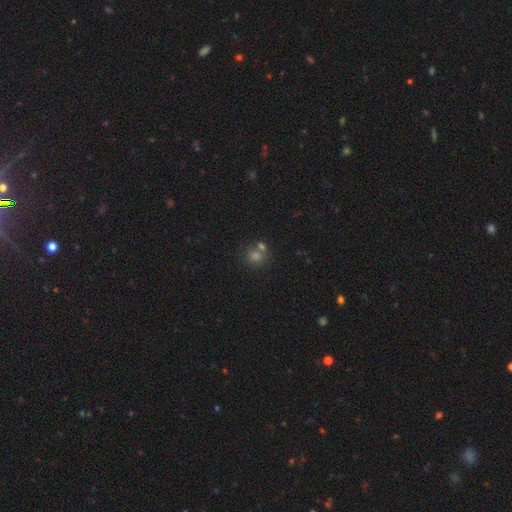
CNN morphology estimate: type=smooth (65%); roundness=round (85%); merging=none (61%).